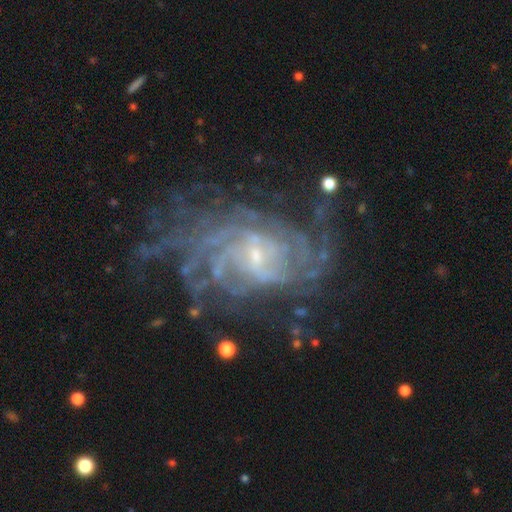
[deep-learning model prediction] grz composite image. It shows a featured or disk galaxy (88%) with a weak bar (46%), tight (60%) spiral arms (96%) and a small central bulge (79%). Merging: none (62%).